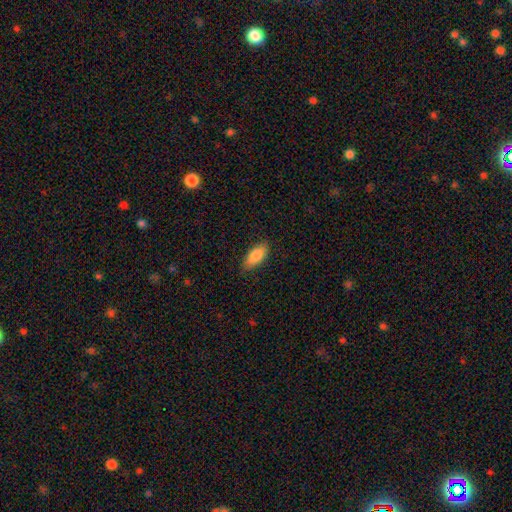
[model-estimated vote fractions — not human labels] Smooth or featured?
  - smooth: 85% *
  - featured or disk: 9%
  - star or artifact: 6%
How rounded?
  - in between: 84% *
  - cigar-shaped: 13%
  - round: 2%
Merging?
  - none: 84% *
  - minor disturbance: 13%
  - major disturbance: 3%
  - merger: 1%